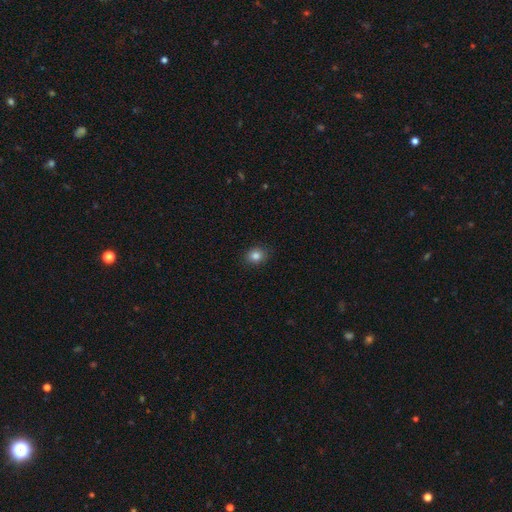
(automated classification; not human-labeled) A smooth galaxy with no disk features (83%) that is round (60%). Merging: none (88%).